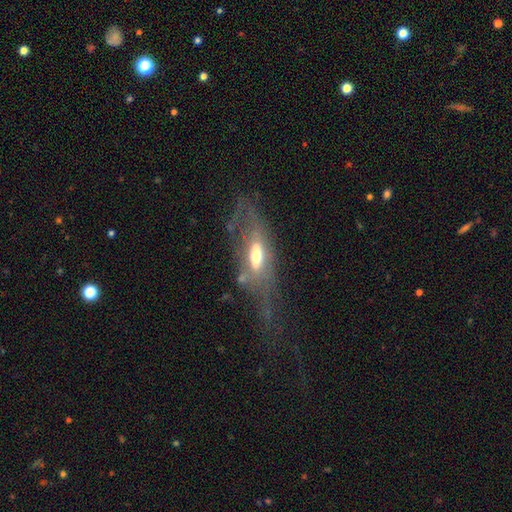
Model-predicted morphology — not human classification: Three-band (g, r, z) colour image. It shows a featured or disk galaxy (56%). Merging: none (38%, tied with major disturbance).